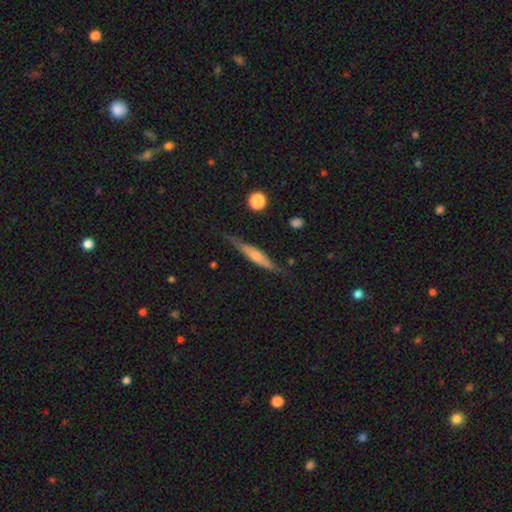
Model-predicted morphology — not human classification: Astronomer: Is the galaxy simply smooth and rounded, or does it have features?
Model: featured or disk — 62%.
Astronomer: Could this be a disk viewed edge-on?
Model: yes — 95%.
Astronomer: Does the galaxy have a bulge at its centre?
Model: rounded — 73%.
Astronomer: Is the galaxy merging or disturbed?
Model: none — 81%.